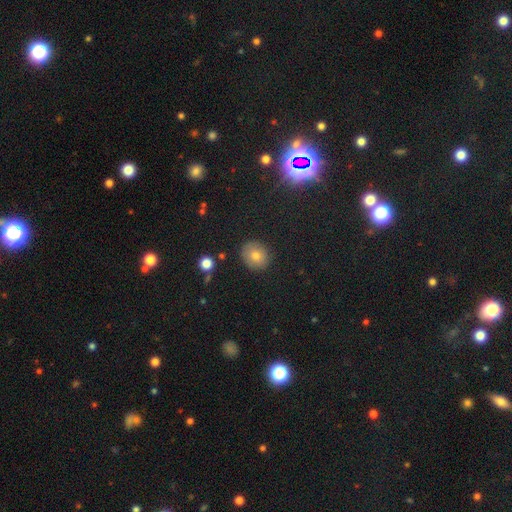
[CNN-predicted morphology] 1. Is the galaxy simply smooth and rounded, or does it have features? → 72% smooth, 16% star or artifact, 12% featured or disk.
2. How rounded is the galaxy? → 74% round, 25% in between, 1% cigar-shaped.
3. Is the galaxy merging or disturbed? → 87% none, 9% minor disturbance, 2% major disturbance, 2% merger.